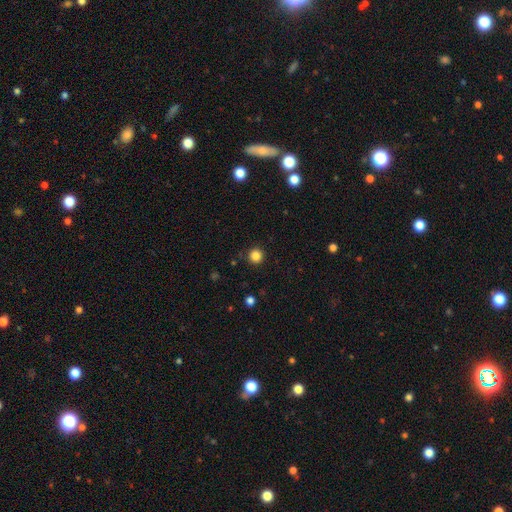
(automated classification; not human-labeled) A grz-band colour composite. It shows a smooth galaxy with no disk features (84%) that is round (95%). Merging: none (90%).